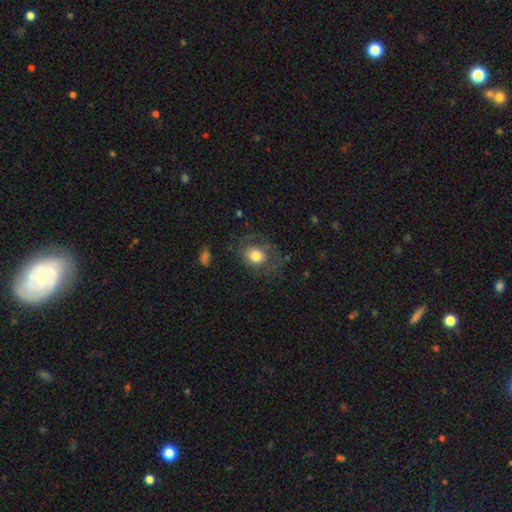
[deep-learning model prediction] Smooth or featured?
  - smooth: 68% *
  - featured or disk: 23%
  - star or artifact: 9%
How rounded?
  - round: 66% *
  - in between: 33%
  - cigar-shaped: 1%
Merging?
  - none: 58% *
  - minor disturbance: 21%
  - major disturbance: 19%
  - merger: 2%